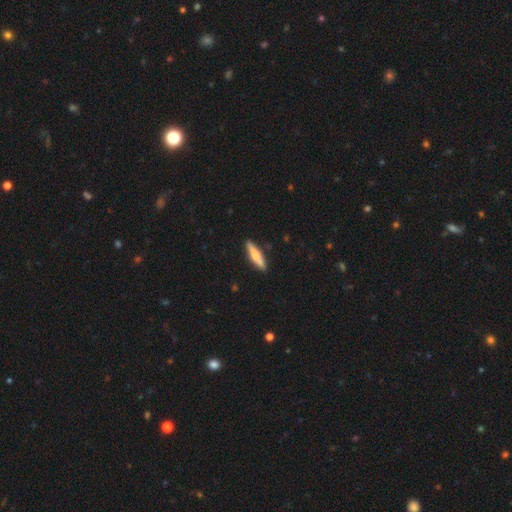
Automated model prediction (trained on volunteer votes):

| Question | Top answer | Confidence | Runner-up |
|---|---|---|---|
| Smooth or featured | smooth | 60% | featured or disk (35%) |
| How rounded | cigar-shaped | 78% | in between (20%) |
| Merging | none | 88% | minor disturbance (8%) |